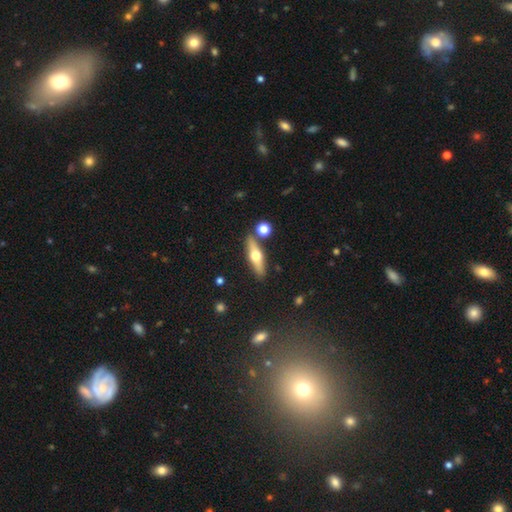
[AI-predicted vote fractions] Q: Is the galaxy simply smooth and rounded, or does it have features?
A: featured or disk — 55%.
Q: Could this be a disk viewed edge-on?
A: yes — 91%.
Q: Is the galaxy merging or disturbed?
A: none — 83%.